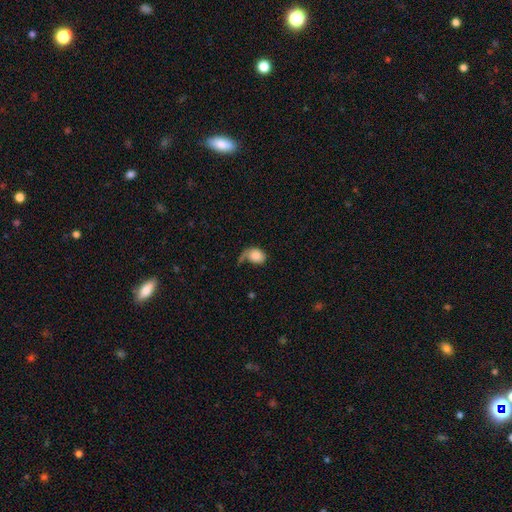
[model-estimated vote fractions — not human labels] smooth-or-featured: smooth: 75% | featured or disk: 18% | star or artifact: 7%
  how-rounded: in between: 66% | round: 32% | cigar-shaped: 1%
  merging: major disturbance: 38% | none: 31% | minor disturbance: 24% | merger: 8%